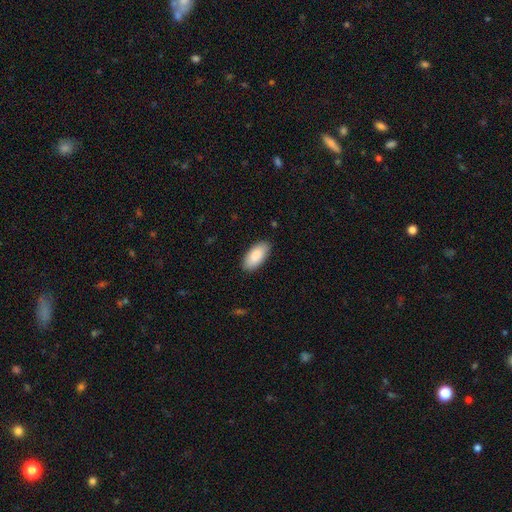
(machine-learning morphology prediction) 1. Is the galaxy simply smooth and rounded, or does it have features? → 89% smooth, 6% featured or disk, 6% star or artifact.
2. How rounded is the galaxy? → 93% in between, 6% cigar-shaped, 2% round.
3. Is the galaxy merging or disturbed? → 87% none, 10% minor disturbance, 2% major disturbance, 1% merger.